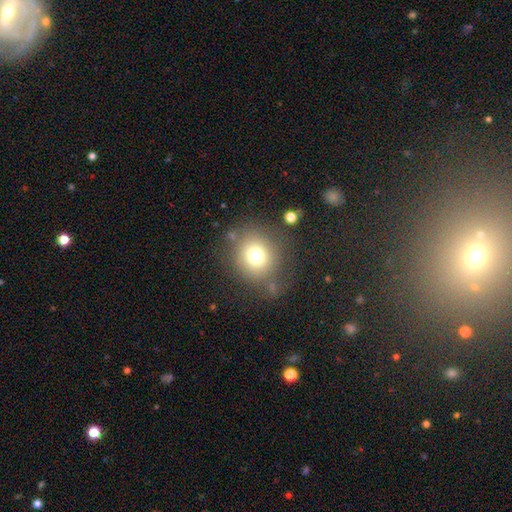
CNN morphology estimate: Smooth or featured? Predicted: smooth (p=0.74). How rounded? Predicted: round (p=0.89). Merging? Predicted: none (p=0.76).